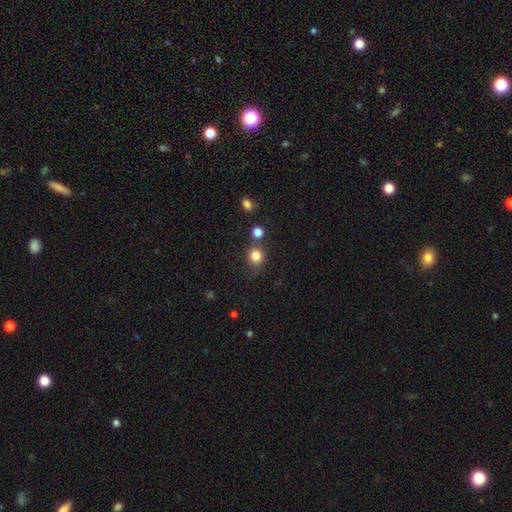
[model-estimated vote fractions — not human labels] Smooth or featured?
  - smooth: 82% *
  - star or artifact: 12%
  - featured or disk: 6%
How rounded?
  - round: 82% *
  - in between: 17%
  - cigar-shaped: 1%
Merging?
  - none: 62% *
  - minor disturbance: 17%
  - merger: 13%
  - major disturbance: 7%